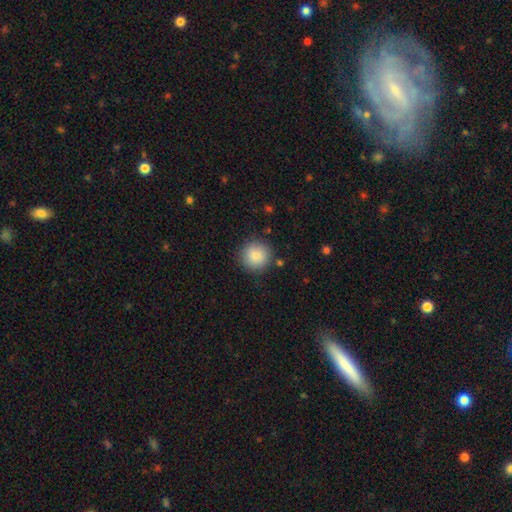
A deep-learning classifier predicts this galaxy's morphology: smooth 86%, star or artifact 8%, featured or disk 6%. Down the decision tree: how rounded — round (94%); merging — none (87%).